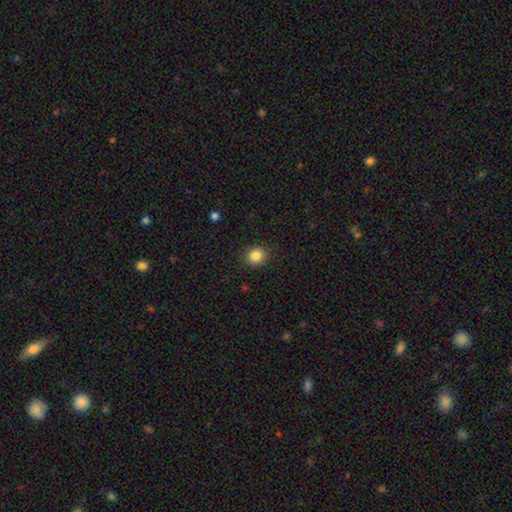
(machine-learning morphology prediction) Smooth or featured?
  - smooth: 86% *
  - star or artifact: 10%
  - featured or disk: 4%
How rounded?
  - round: 78% *
  - in between: 21%
  - cigar-shaped: 1%
Merging?
  - none: 88% *
  - minor disturbance: 8%
  - major disturbance: 3%
  - merger: 1%